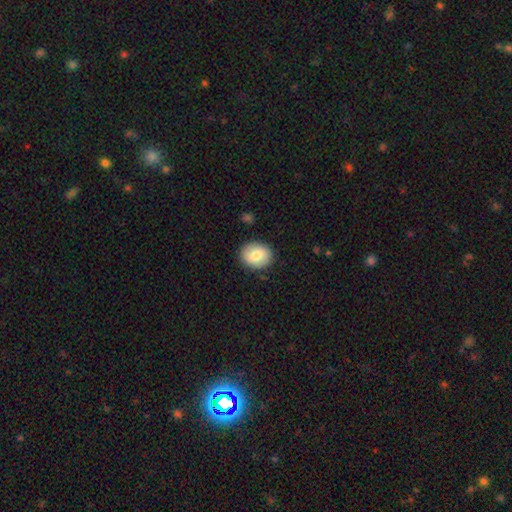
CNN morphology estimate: Smooth or featured? smooth (77%)
How rounded? round (55%)
Merging? none (87%)